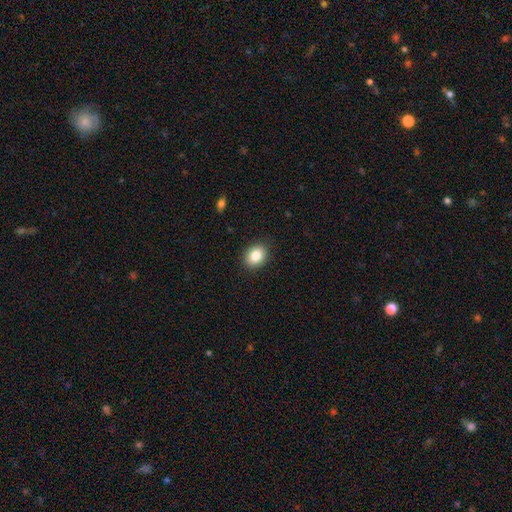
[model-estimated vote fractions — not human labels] Smooth or featured: smooth — 84% (star or artifact — 9%)
How rounded: in between — 57% (round — 42%)
Merging: none — 89% (minor disturbance — 8%)